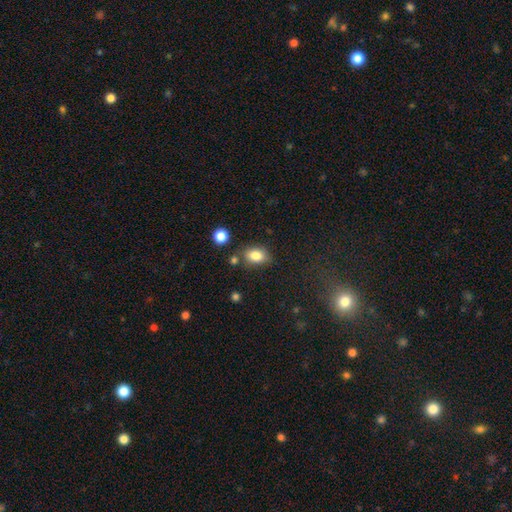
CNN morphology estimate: smooth_or_featured: smooth (p=0.84) [alt: star or artifact p=0.09]
how_rounded: in between (p=0.78) [alt: round p=0.20]
merging: none (p=0.73) [alt: minor disturbance p=0.16]